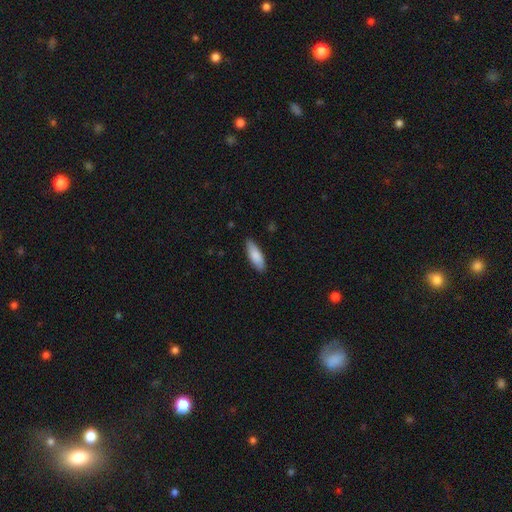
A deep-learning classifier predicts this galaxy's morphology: Overall: smooth (84%). How rounded: in between (63%; cigar-shaped 35%). Merging: none (84%).